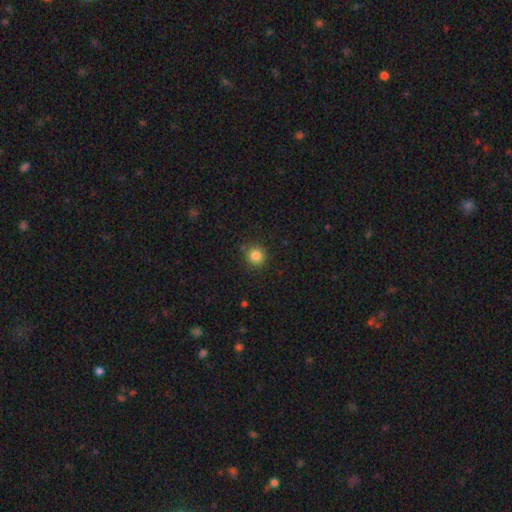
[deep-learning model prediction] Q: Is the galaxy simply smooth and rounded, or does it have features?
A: smooth — 84%.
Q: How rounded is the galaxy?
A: round — 93%.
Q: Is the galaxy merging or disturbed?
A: none — 87%.